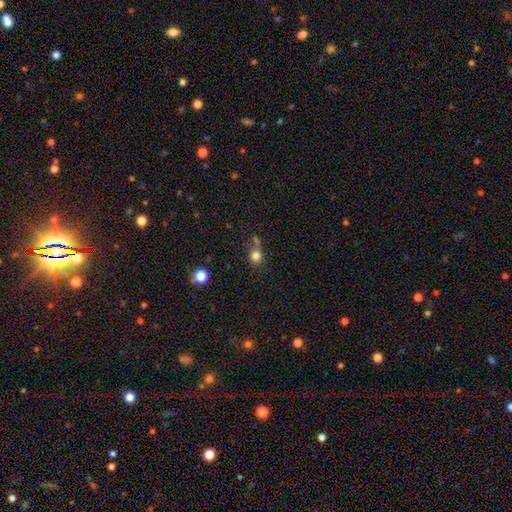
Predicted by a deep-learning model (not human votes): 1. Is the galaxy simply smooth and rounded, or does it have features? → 80% smooth, 13% star or artifact, 7% featured or disk.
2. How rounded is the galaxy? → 85% round, 14% in between, 1% cigar-shaped.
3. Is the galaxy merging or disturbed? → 58% none, 21% merger, 15% minor disturbance, 6% major disturbance.